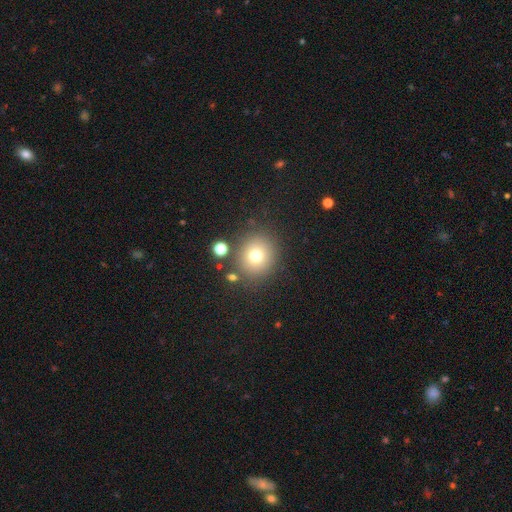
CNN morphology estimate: Overall: smooth (73%). How rounded: round (85%). Merging: none (82%).